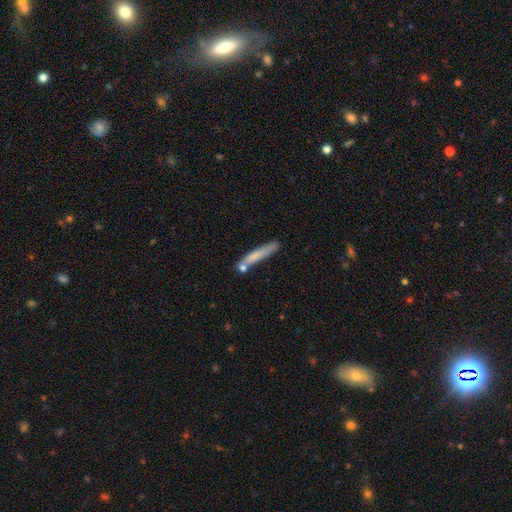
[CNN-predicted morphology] Smooth or featured?
  - smooth: 70% *
  - featured or disk: 24%
  - star or artifact: 7%
How rounded?
  - cigar-shaped: 93% *
  - in between: 5%
  - round: 2%
Merging?
  - none: 67% *
  - minor disturbance: 16%
  - merger: 13%
  - major disturbance: 4%